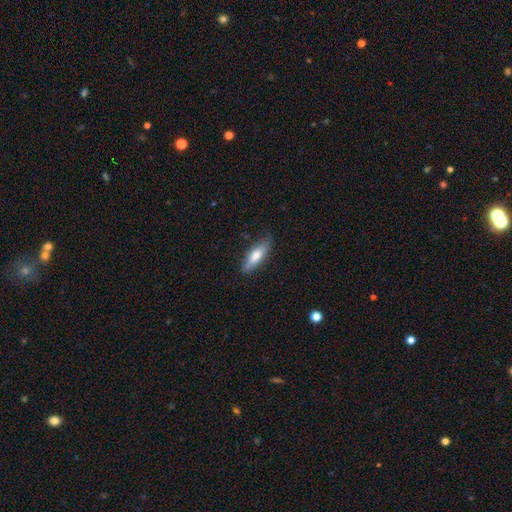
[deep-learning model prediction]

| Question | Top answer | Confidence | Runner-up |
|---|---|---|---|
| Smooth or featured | smooth | 71% | featured or disk (24%) |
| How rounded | cigar-shaped | 50% | in between (48%) |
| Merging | none | 79% | minor disturbance (17%) |